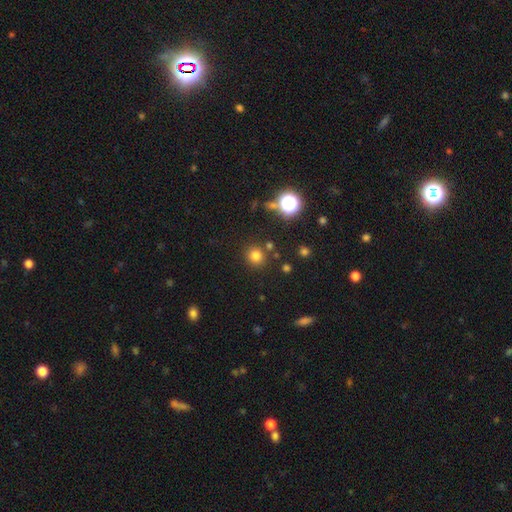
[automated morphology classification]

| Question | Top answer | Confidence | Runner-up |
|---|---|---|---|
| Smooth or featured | smooth | 76% | star or artifact (18%) |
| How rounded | round | 91% | in between (8%) |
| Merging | none | 84% | minor disturbance (8%) |